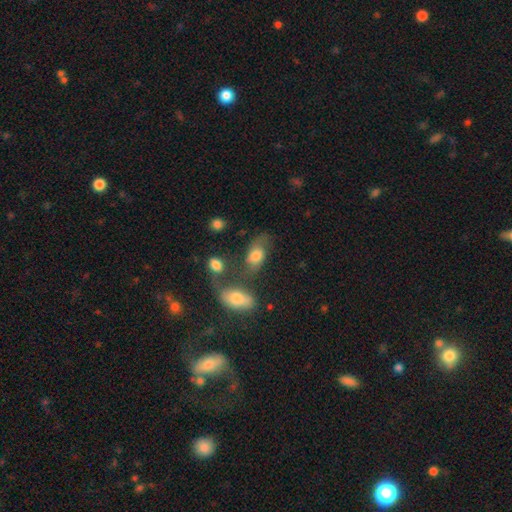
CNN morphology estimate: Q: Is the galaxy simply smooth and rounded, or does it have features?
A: smooth — 59%.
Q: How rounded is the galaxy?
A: in between — 86%.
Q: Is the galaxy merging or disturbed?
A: none — 43%.